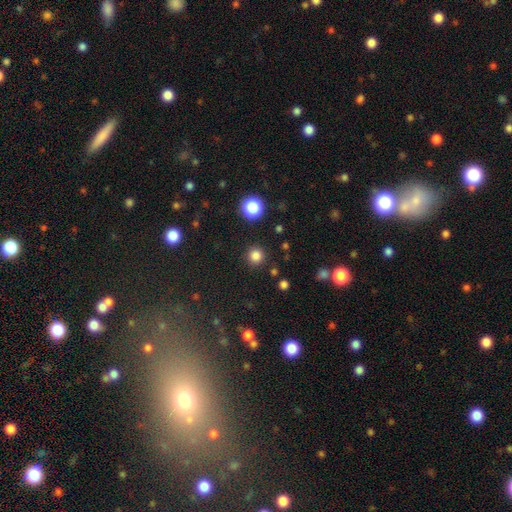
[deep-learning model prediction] Smooth or featured? Predicted: smooth (p=0.82). How rounded? Predicted: round (p=0.95). Merging? Predicted: none (p=0.91).